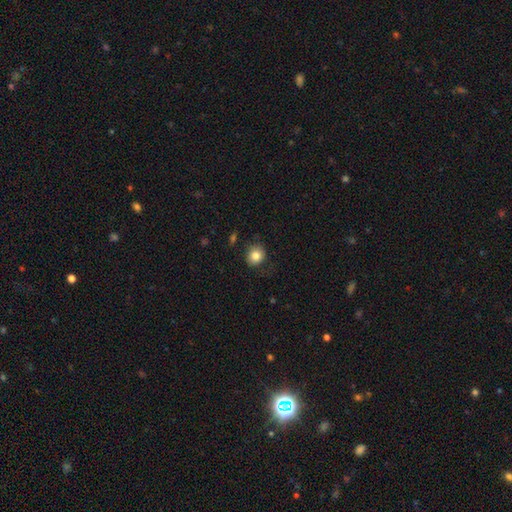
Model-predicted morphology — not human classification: Smooth or featured?
  - smooth: 82% *
  - star or artifact: 10%
  - featured or disk: 8%
How rounded?
  - round: 75% *
  - in between: 24%
  - cigar-shaped: 1%
Merging?
  - none: 79% *
  - minor disturbance: 15%
  - major disturbance: 5%
  - merger: 2%